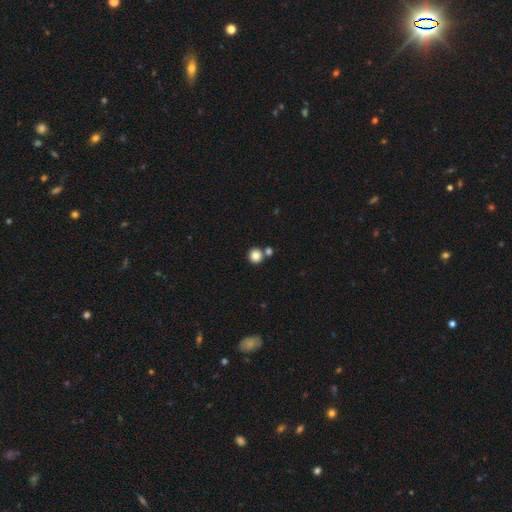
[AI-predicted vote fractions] The model was most divided on "merging": none: 71%, merger: 20%, minor disturbance: 7%, major disturbance: 2%. More confident: how rounded — round (93%); smooth or featured — smooth (83%).